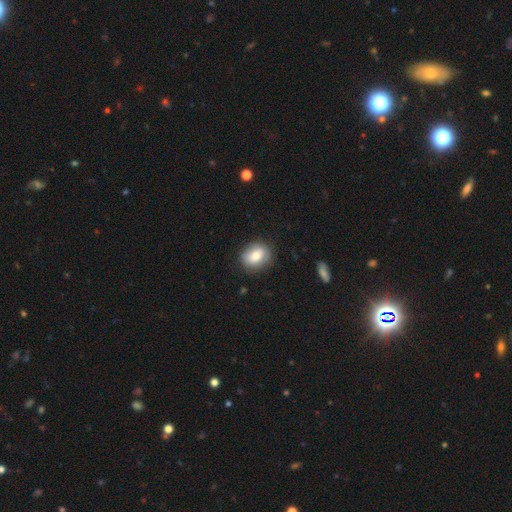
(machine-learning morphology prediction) Smooth or featured: smooth — 71% (featured or disk — 20%)
How rounded: in between — 50% (round — 49%)
Merging: none — 79% (minor disturbance — 16%)